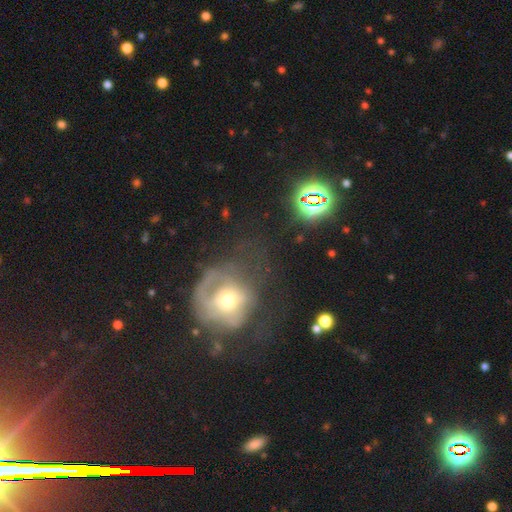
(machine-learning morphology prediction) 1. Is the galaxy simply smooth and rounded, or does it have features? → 45% featured or disk, 30% smooth, 25% star or artifact.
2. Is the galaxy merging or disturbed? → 45% none, 30% major disturbance, 20% minor disturbance, 5% merger.